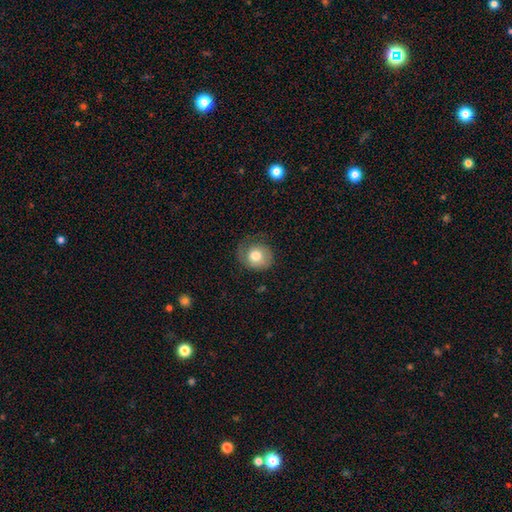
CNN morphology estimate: Smooth or featured? Predicted: smooth (p=0.71). How rounded? Predicted: round (p=0.81). Merging? Predicted: none (p=0.59).